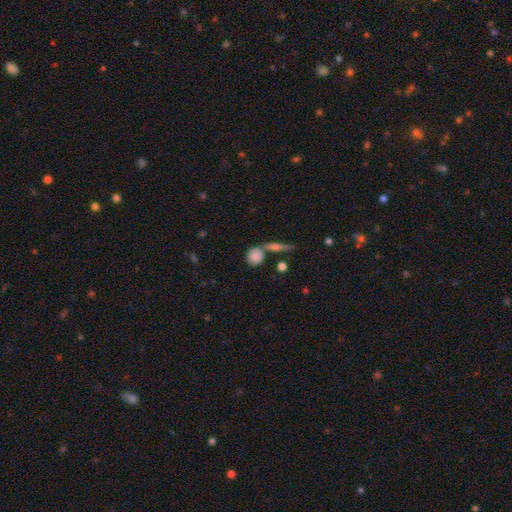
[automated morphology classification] A smooth galaxy with no disk features (81%) that is round (81%).

Vote fractions:
- Smooth or featured? smooth: 81% / featured or disk: 10% / star or artifact: 9%
- How rounded? round: 81% / in between: 15% / cigar-shaped: 4%
- Merging? none: 60% / merger: 23% / minor disturbance: 12% / major disturbance: 5%